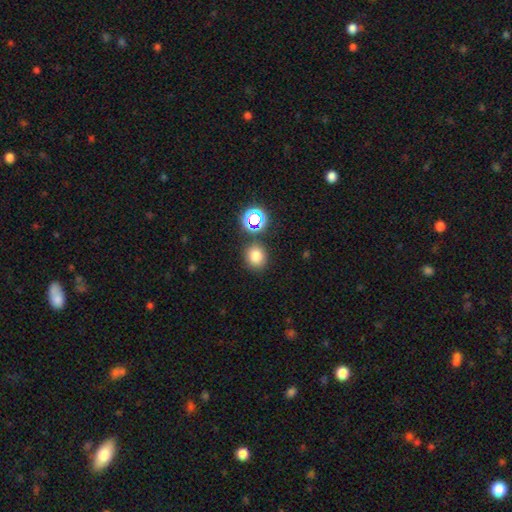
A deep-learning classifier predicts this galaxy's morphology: This appears to be a smooth galaxy with no disk features (76%) that is round (76%). Merging: none (82%).